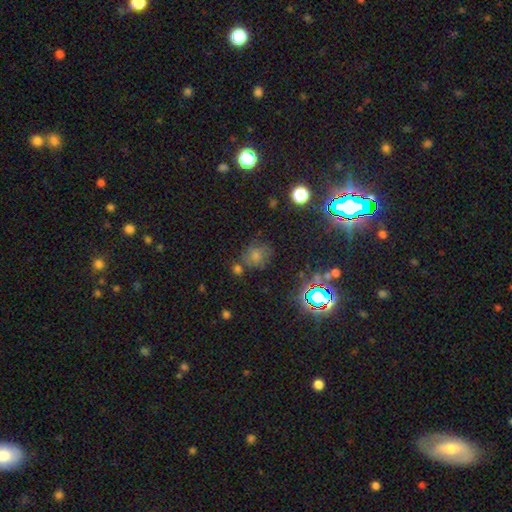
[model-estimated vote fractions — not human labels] A star or artifact, not a galaxy (45%).

Vote fractions:
- Smooth or featured? star or artifact: 45% / smooth: 43% / featured or disk: 12%